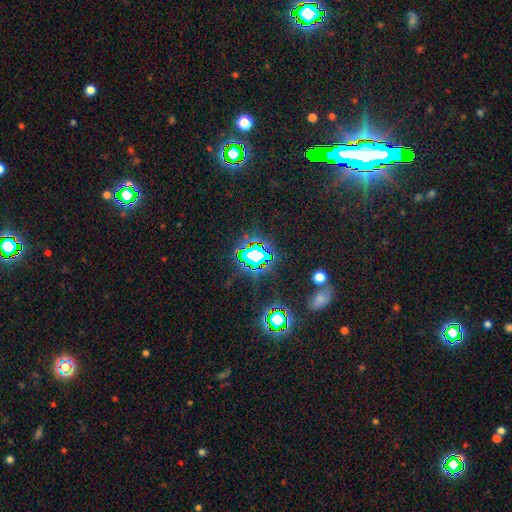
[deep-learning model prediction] This is likely a star or artifact rather than a galaxy (73%).